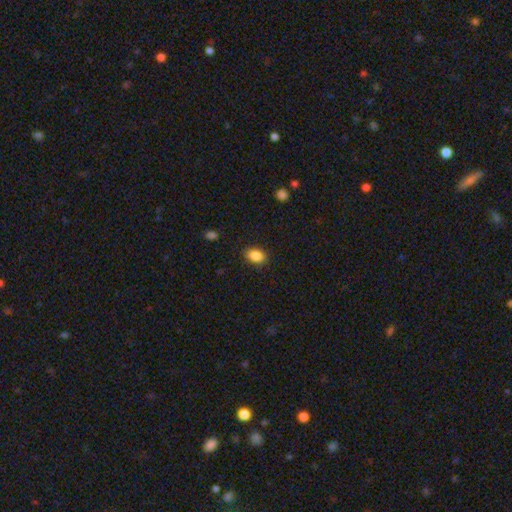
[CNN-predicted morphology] This appears to be a smooth galaxy with no disk features (87%) that is in between round and cigar-shaped (84%). Merging: none (86%).